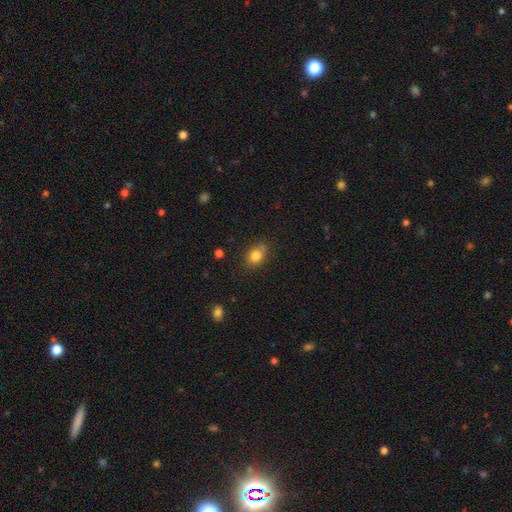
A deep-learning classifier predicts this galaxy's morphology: Q: Smooth or featured?
A: smooth (82%); runner-up: star or artifact (10%)
Q: How rounded?
A: in between (59%); runner-up: round (39%)
Q: Merging?
A: none (67%); runner-up: minor disturbance (22%)